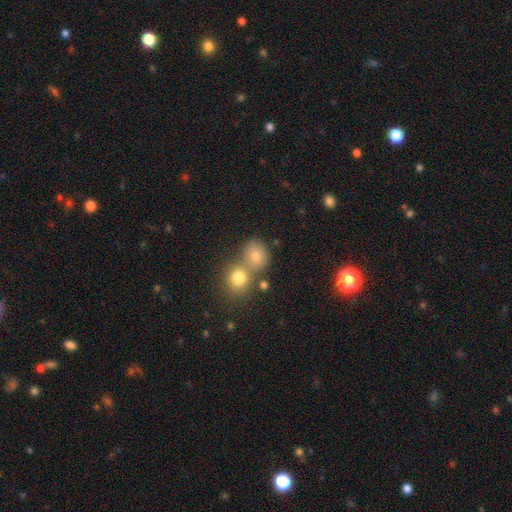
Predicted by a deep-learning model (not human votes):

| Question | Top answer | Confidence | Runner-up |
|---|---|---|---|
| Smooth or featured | smooth | 78% | star or artifact (13%) |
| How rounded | round | 74% | in between (24%) |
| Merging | none | 46% | merger (41%) |